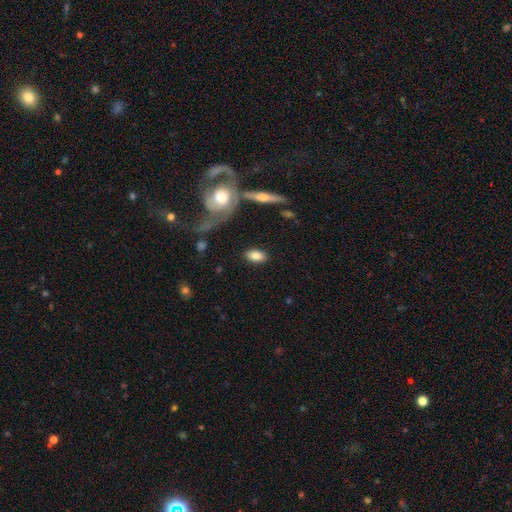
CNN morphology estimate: The model was most divided on "smooth or featured": smooth: 79%, featured or disk: 14%, star or artifact: 6%. More confident: how rounded — in between (88%); merging — none (84%).